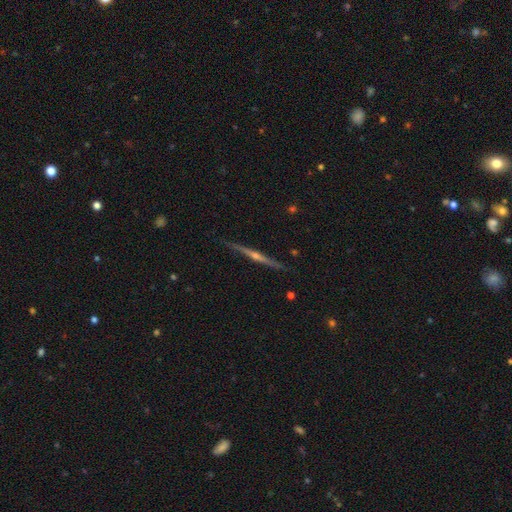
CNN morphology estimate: Smooth or featured: featured or disk — 85% (smooth — 10%)
Edge-on disk: yes — 98% (no — 2%)
Edge-on bulge: rounded — 87% (none — 8%)
Merging: none — 90% (minor disturbance — 7%)